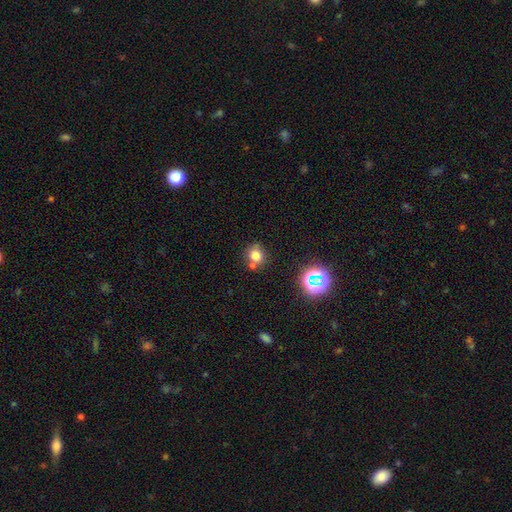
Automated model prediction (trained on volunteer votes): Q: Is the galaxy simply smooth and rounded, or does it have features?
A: smooth — 75%.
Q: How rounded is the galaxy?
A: round — 81%.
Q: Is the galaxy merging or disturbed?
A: none — 62%.